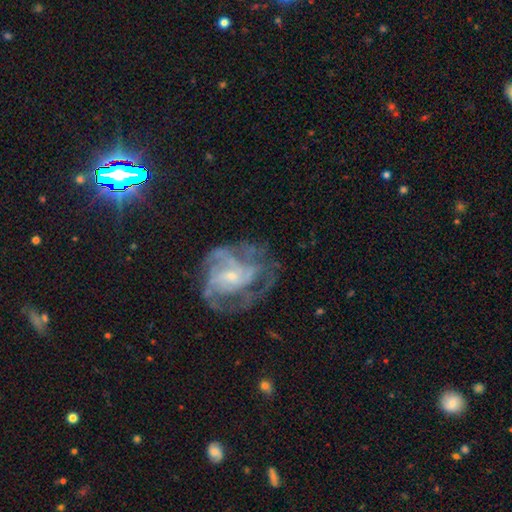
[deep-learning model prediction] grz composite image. It shows a featured or disk galaxy (72%) with no bar (51%), tight (59%) spiral arms (93%) and a small central bulge (67%). Merging: none (68%).